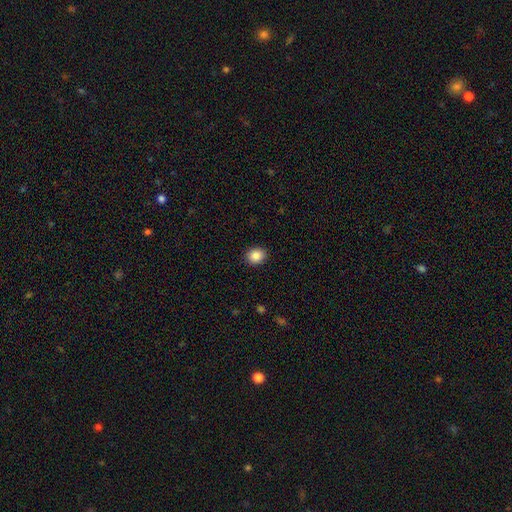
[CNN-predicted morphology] smooth 87%, star or artifact 9%, featured or disk 4%. Down the decision tree: how rounded — round (63%); merging — none (90%).